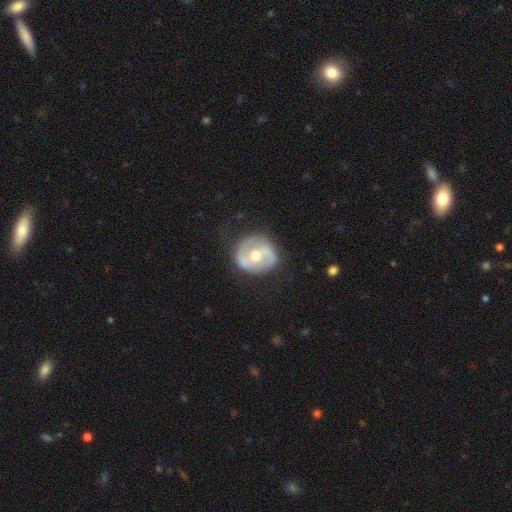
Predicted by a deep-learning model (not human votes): smooth_or_featured: featured or disk (p=0.71) [alt: smooth p=0.24]
disk_edge_on: no (p=0.97) [alt: yes p=0.03]
bar: no (p=0.43) [alt: weak p=0.38]
has_spiral_arms: yes (p=0.74) [alt: no p=0.26]
spiral_winding: medium (p=0.43) [alt: tight p=0.32]
spiral_arm_count: 2 (p=0.83) [alt: can't tell p=0.09]
bulge_size: moderate (p=0.73) [alt: small p=0.22]
merging: none (p=0.80) [alt: minor disturbance p=0.14]